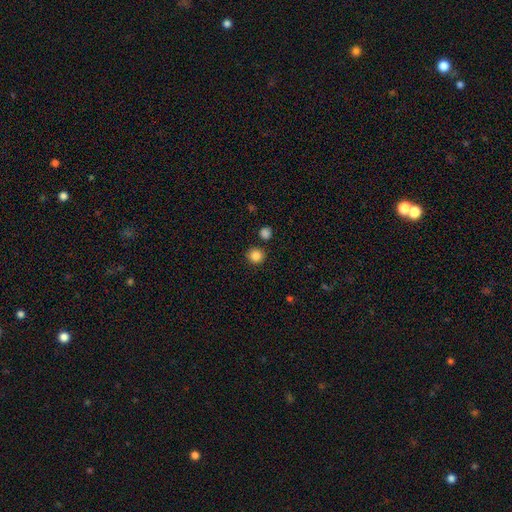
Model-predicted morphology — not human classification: smooth-or-featured: smooth: 85% | star or artifact: 11% | featured or disk: 4%
  how-rounded: round: 94% | in between: 5% | cigar-shaped: 1%
  merging: none: 88% | minor disturbance: 6% | merger: 4% | major disturbance: 2%